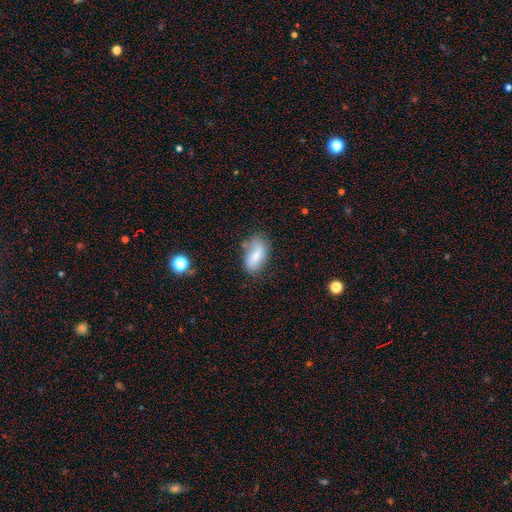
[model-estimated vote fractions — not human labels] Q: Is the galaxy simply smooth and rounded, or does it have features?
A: smooth — 66%.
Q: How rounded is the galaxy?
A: in between — 91%.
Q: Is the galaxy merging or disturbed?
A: none — 56%.